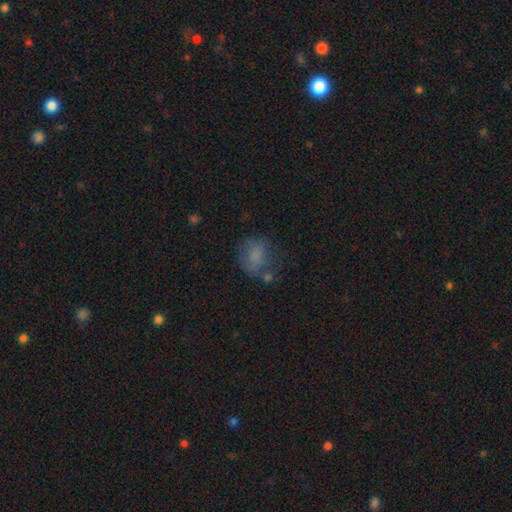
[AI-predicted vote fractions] Smooth or featured: smooth — 70% (featured or disk — 17%)
How rounded: round — 57% (in between — 42%)
Merging: none — 48% (minor disturbance — 24%)